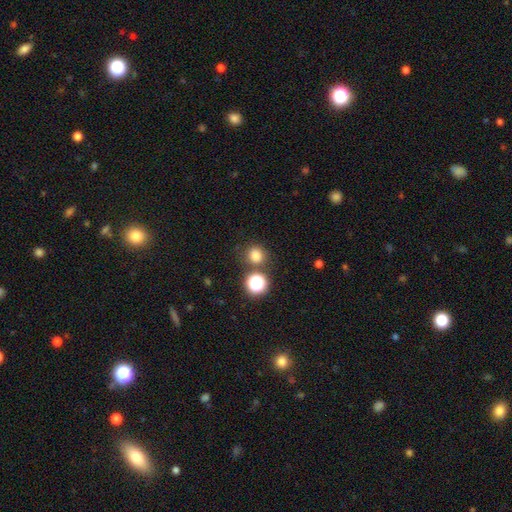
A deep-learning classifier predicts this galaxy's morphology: Q: Smooth or featured?
A: smooth (78%); runner-up: star or artifact (17%)
Q: How rounded?
A: round (85%); runner-up: in between (14%)
Q: Merging?
A: none (77%); runner-up: merger (10%)